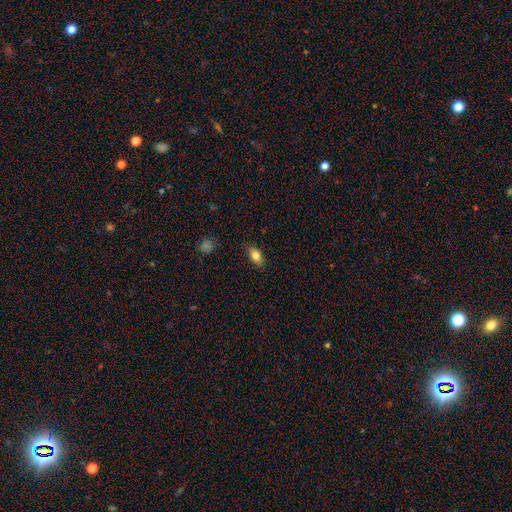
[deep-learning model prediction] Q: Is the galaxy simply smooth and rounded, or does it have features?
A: smooth — 80%.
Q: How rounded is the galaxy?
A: in between — 87%.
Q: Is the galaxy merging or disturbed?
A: none — 87%.